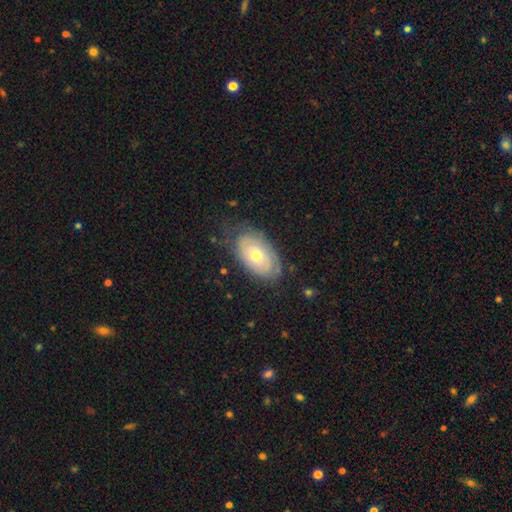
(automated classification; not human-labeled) Morphology: type=featured or disk (52%); edge-on=no (92%); merging=none (70%).